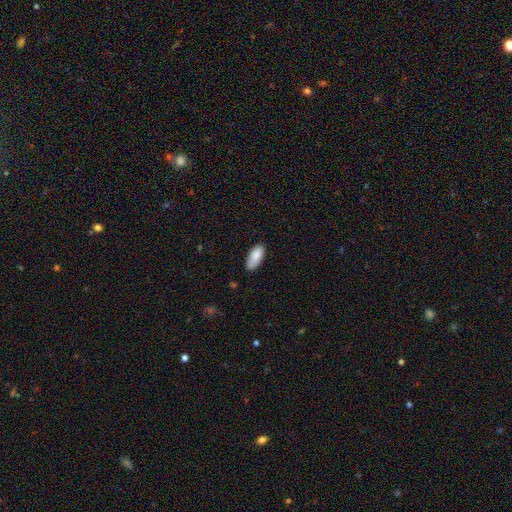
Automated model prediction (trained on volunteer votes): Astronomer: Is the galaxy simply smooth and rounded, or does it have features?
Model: smooth — 87%.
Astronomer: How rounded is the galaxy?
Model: in between — 89%.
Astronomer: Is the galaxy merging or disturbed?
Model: none — 74%.